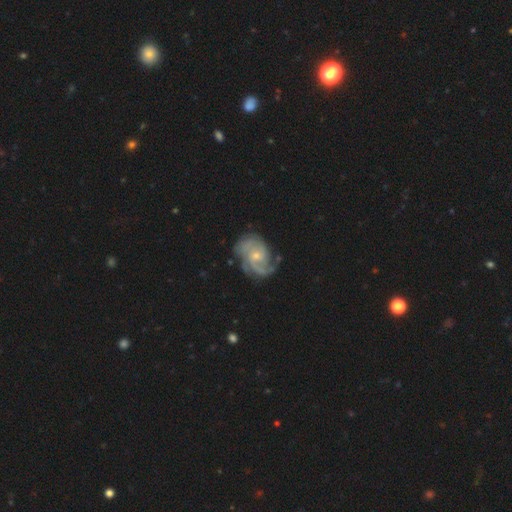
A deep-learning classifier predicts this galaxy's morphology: type=featured or disk (88%); edge-on=no (98%); bar=no (66%); spiral arms=yes (97%); winding=medium (46%); arm count=2 (32%); bulge=small (67%); merging=none (63%).